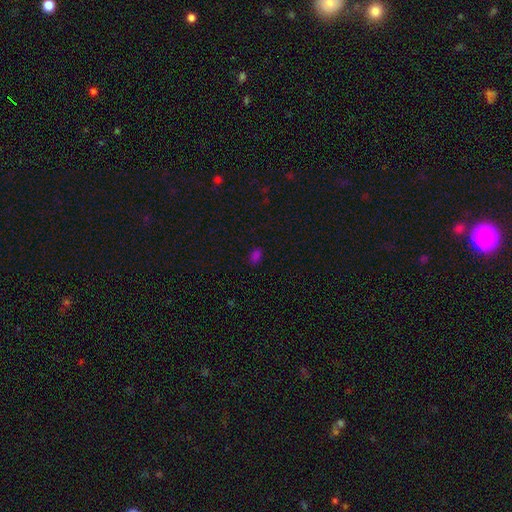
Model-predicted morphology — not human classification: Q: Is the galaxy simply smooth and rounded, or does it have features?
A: smooth — 75%.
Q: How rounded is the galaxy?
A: in between — 89%.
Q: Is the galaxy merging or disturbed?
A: none — 84%.